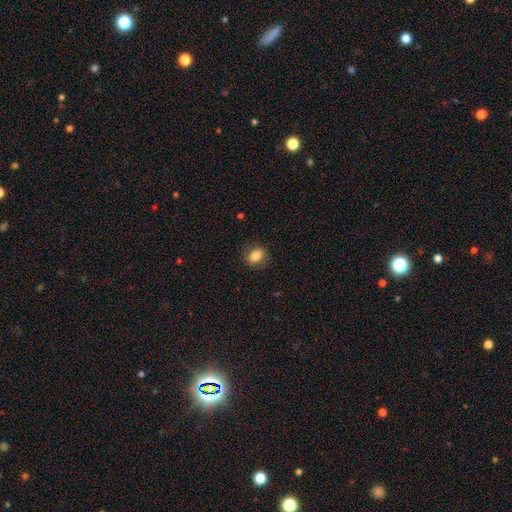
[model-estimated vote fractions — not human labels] Overall: smooth (83%). How rounded: in between (66%; round 32%). Merging: none (83%).